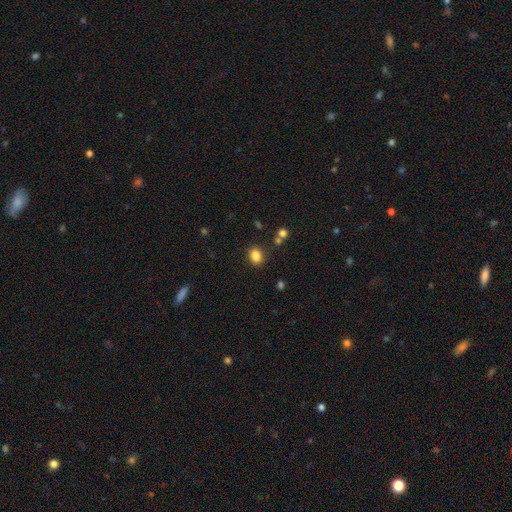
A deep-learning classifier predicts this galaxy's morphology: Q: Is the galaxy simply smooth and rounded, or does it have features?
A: smooth — 85%.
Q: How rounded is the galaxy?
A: in between — 62%.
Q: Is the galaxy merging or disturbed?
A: none — 84%.